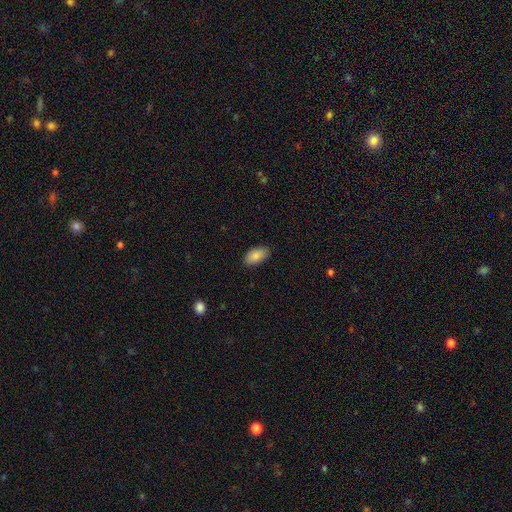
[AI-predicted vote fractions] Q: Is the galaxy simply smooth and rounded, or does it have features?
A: smooth — 86%.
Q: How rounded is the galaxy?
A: in between — 94%.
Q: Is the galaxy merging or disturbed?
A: none — 86%.